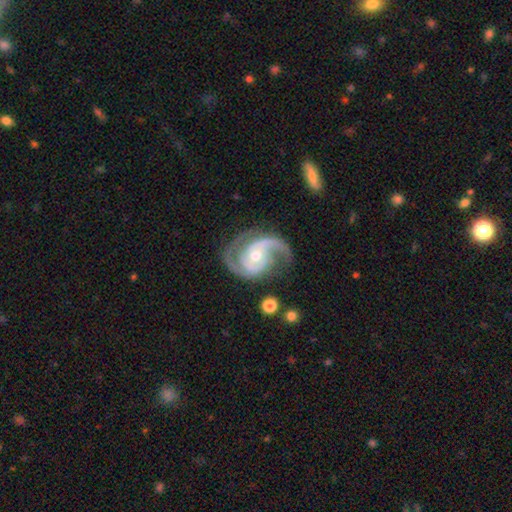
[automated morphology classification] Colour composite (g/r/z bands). It shows a featured or disk galaxy (91%) with no bar (59%), 2 (87%) medium (55%) spiral arms (98%) and a moderate central bulge (61%). Merging: none (70%).